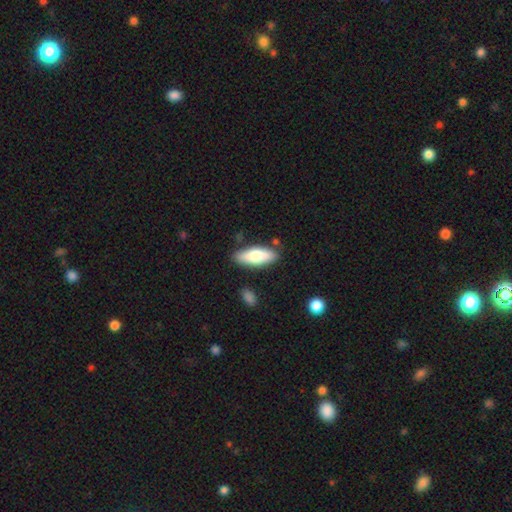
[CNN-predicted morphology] Smooth or featured: smooth — 71% (featured or disk — 23%)
How rounded: in between — 65% (cigar-shaped — 33%)
Merging: none — 82% (minor disturbance — 12%)